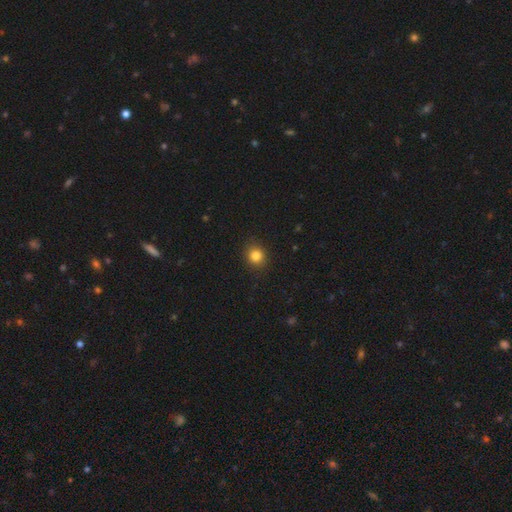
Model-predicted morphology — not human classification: Overall: smooth (83%). How rounded: round (85%). Merging: none (90%).